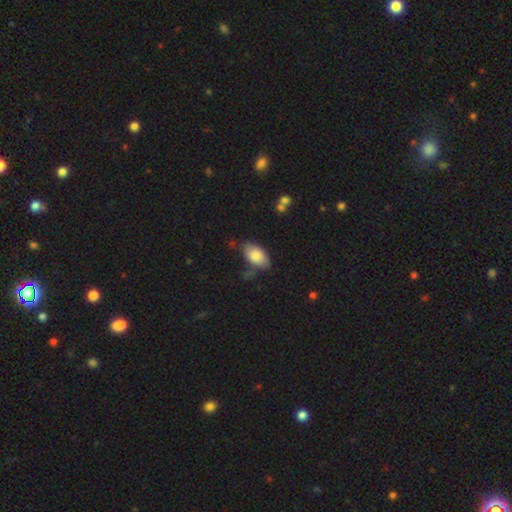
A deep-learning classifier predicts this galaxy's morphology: Smooth or featured? Predicted: smooth (p=0.83). How rounded? Predicted: in between (p=0.94). Merging? Predicted: none (p=0.69).